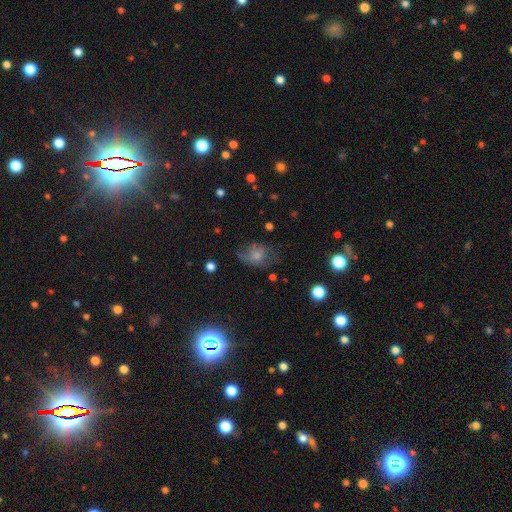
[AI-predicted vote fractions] Q: Smooth or featured?
A: smooth (43%); runner-up: star or artifact (29%)
Q: Merging?
A: none (57%); runner-up: minor disturbance (24%)